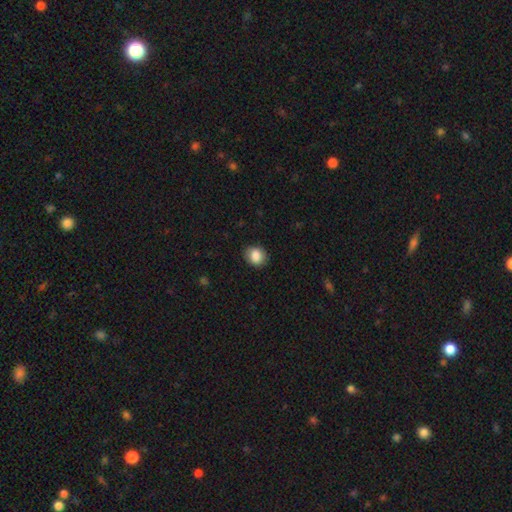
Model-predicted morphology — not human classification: Overall: smooth (87%). How rounded: round (62%; in between 37%). Merging: none (86%).